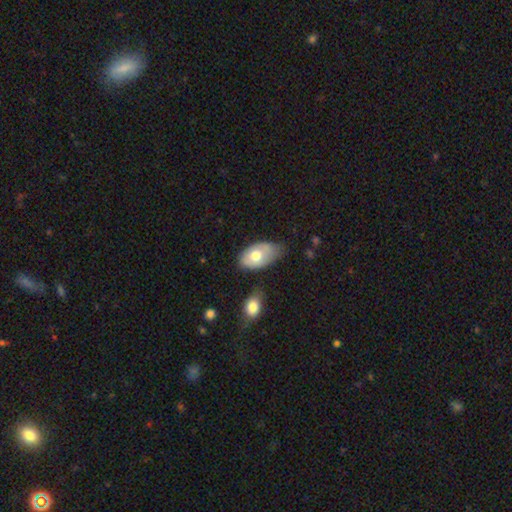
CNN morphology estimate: Smooth or featured?
  - smooth: 64% *
  - featured or disk: 30%
  - star or artifact: 6%
How rounded?
  - in between: 93% *
  - round: 6%
  - cigar-shaped: 2%
Merging?
  - none: 47% *
  - minor disturbance: 36%
  - major disturbance: 10%
  - merger: 7%